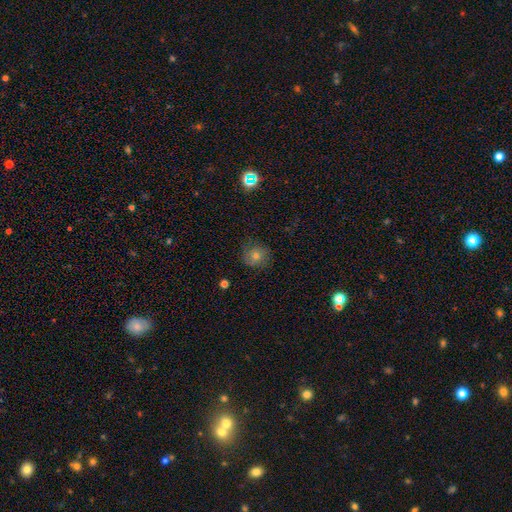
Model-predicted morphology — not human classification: smooth-or-featured: smooth: 59% | featured or disk: 22% | star or artifact: 19%
  how-rounded: round: 85% | in between: 14% | cigar-shaped: 1%
  merging: none: 77% | minor disturbance: 16% | major disturbance: 5% | merger: 1%